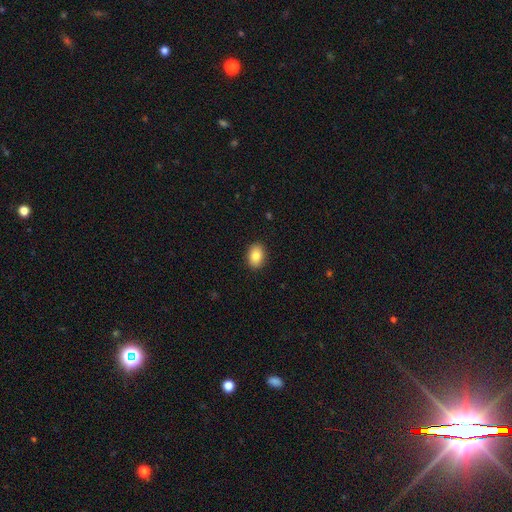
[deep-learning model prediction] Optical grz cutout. It shows a smooth galaxy with no disk features (85%) that is in between round and cigar-shaped (77%). Merging: none (90%).